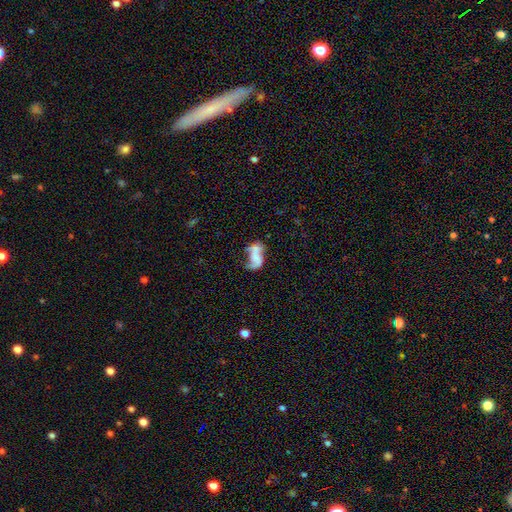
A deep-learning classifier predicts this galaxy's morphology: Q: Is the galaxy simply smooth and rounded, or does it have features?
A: featured or disk — 56%.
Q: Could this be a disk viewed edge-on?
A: no — 97%.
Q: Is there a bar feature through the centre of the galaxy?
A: no — 64%.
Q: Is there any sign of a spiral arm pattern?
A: yes — 64%.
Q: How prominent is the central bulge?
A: none — 59%.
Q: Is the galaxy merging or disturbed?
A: none — 32%.